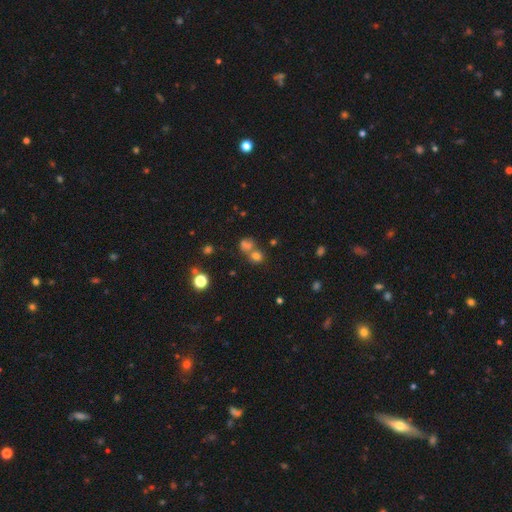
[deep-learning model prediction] The model was most divided on "merging": none: 45%, merger: 43%, minor disturbance: 8%, major disturbance: 4%. More confident: how rounded — round (78%); smooth or featured — smooth (67%).